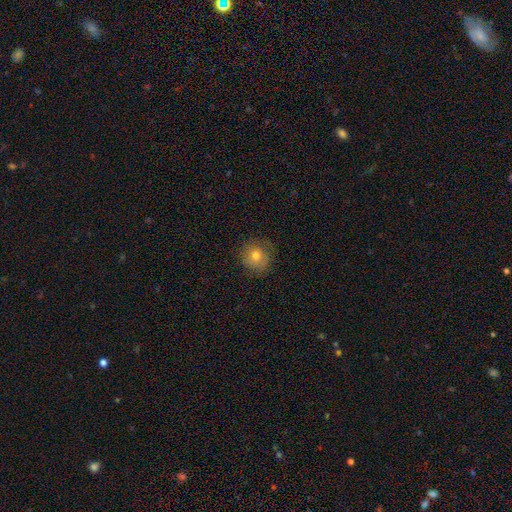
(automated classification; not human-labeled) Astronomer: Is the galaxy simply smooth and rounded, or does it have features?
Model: smooth — 75%.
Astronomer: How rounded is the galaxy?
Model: round — 91%.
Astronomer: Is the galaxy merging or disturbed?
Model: none — 82%.